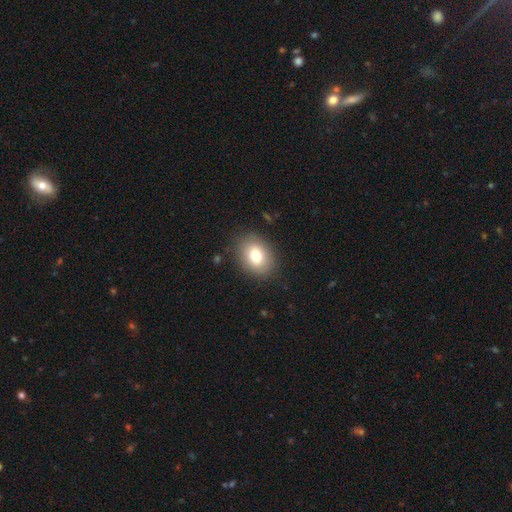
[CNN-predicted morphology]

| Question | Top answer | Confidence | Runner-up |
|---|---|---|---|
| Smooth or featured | smooth | 79% | featured or disk (12%) |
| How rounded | in between | 70% | round (29%) |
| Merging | none | 85% | minor disturbance (10%) |